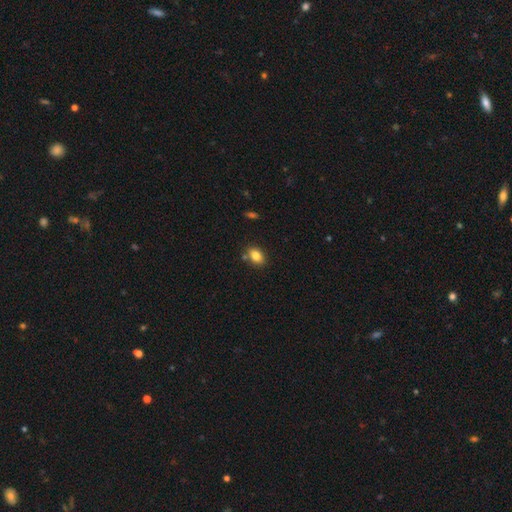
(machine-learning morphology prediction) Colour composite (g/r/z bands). It shows a smooth galaxy with no disk features (83%) that is in between round and cigar-shaped (78%). Merging: none (78%).